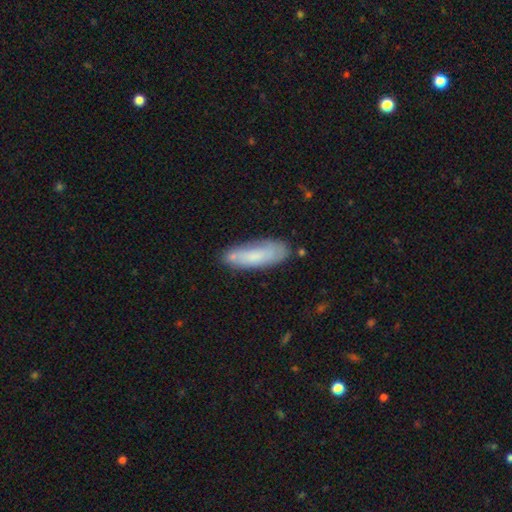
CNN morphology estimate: This appears to be a smooth galaxy with no disk features (71%) that is in between round and cigar-shaped (55%). Merging: none (67%).